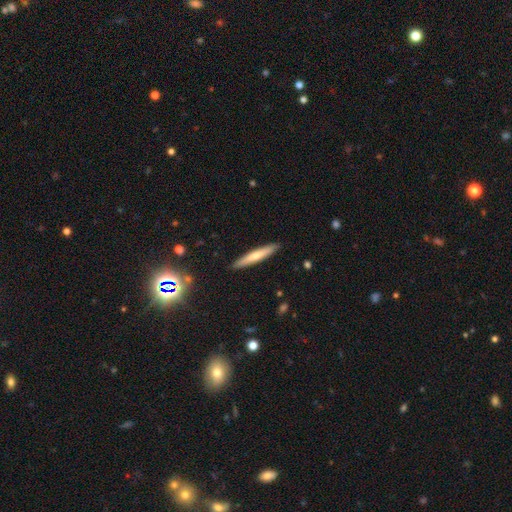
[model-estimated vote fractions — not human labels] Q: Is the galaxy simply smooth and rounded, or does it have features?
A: smooth — 60%.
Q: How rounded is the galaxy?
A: cigar-shaped — 93%.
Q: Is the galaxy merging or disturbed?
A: none — 91%.